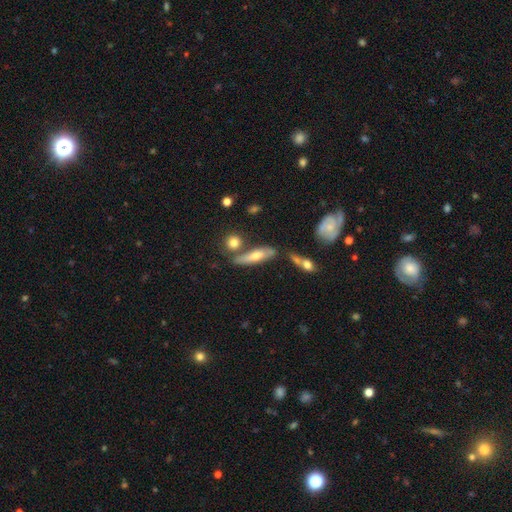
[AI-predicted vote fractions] A featured or disk galaxy (46%). Merging: none (63%).